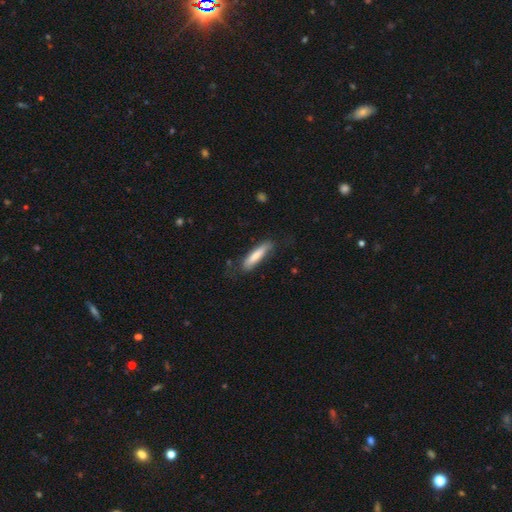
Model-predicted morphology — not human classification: This appears to be a smooth galaxy with no disk features (74%) that is cigar-shaped (78%). Merging: none (73%).